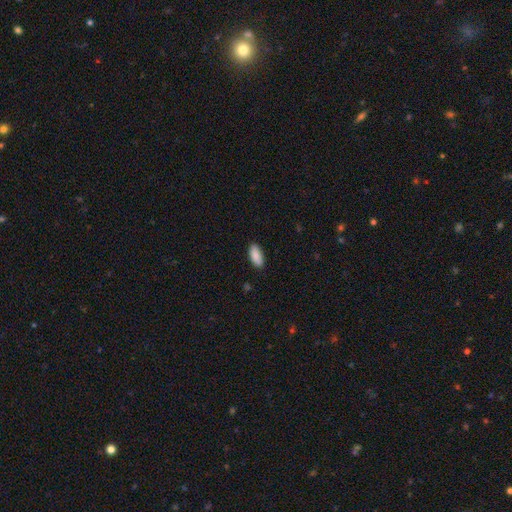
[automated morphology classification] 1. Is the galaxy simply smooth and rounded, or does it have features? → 90% smooth, 6% star or artifact, 4% featured or disk.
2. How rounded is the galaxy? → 87% in between, 11% cigar-shaped, 2% round.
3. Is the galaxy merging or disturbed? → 88% none, 9% minor disturbance, 2% major disturbance, 1% merger.